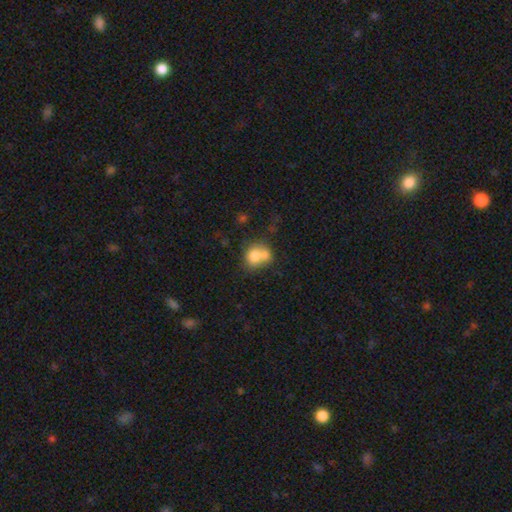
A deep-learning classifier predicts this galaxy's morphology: A smooth galaxy with no disk features (73%) that is round (64%). Merging: merger (54%).